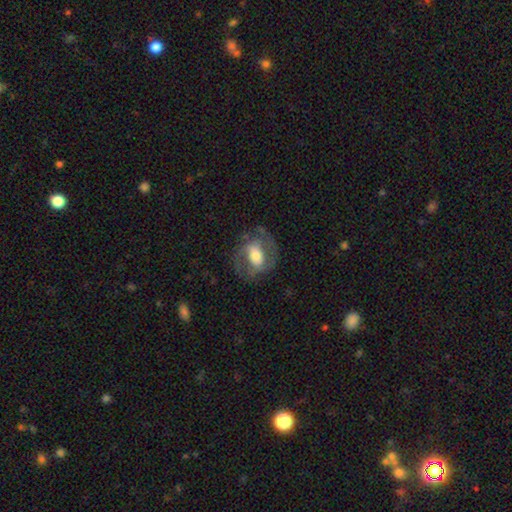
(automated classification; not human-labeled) This is likely a featured or disk galaxy (70%). It is clearly not viewed edge-on (96%). Bar: marginally weak (39%). Spiral arm pattern: clearly yes (84%). Spiral arm count: clearly 2 (85%). Spiral winding: possibly medium (53%). Central bulge: possibly moderate (55%). Merging: likely none (69%).